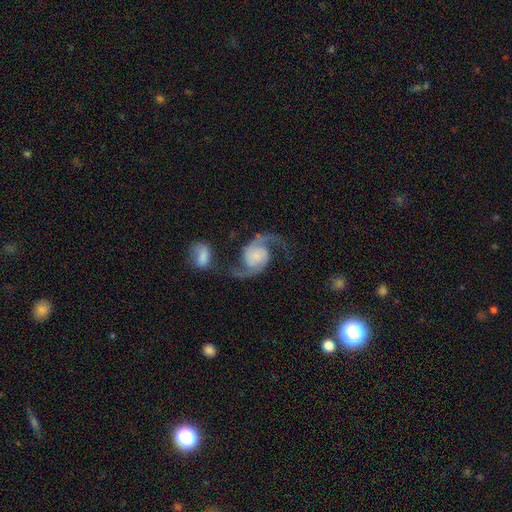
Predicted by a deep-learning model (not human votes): Smooth or featured? Predicted: featured or disk (p=0.90). Edge-on disk? Predicted: no (p=0.98). Bar? Predicted: no (p=0.71). Spiral arms? Predicted: yes (p=0.98). Spiral winding? Predicted: loose (p=0.65). Spiral arm count? Predicted: 2 (p=0.94). Bulge size? Predicted: none (p=0.31). Merging? Predicted: none (p=0.59).